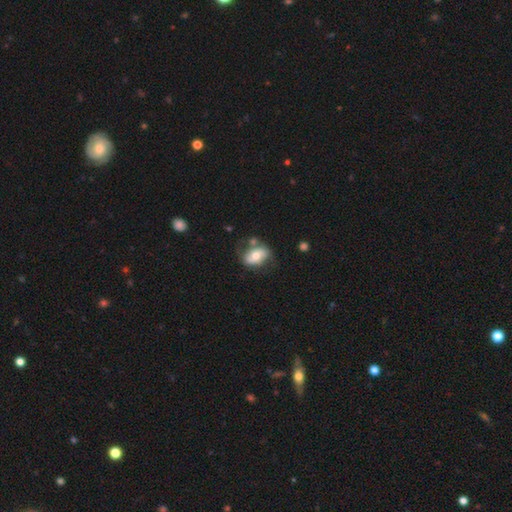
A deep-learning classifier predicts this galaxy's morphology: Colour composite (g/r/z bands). It shows a smooth galaxy with no disk features (48%). Merging: none (55%).